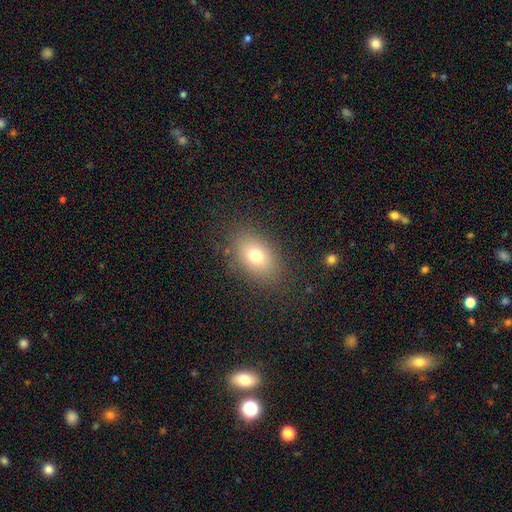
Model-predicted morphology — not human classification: type=smooth (73%); roundness=in between (78%); merging=none (84%).